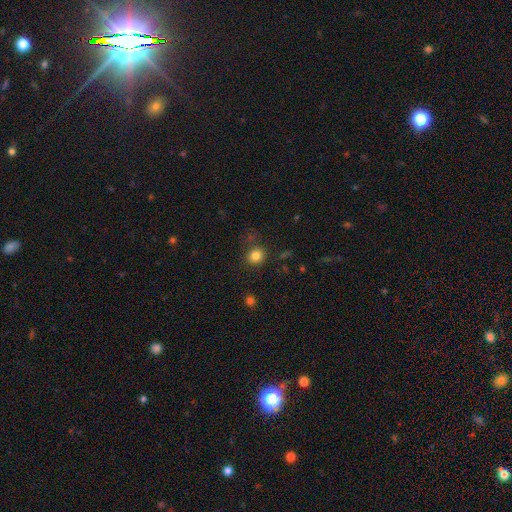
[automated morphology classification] Overall: smooth (82%). How rounded: round (81%). Merging: none (78%).